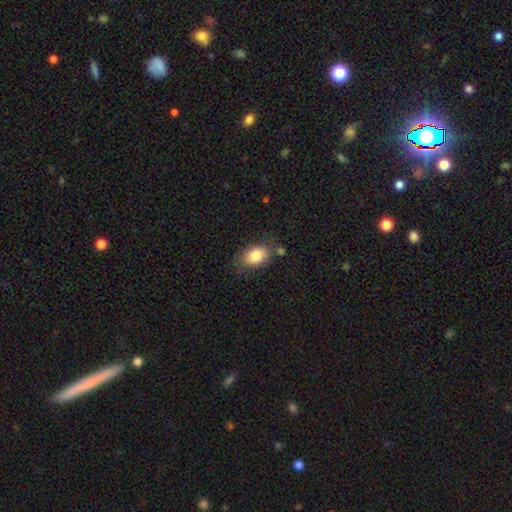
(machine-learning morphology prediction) The model was most divided on "merging": none: 68%, minor disturbance: 19%, merger: 7%, major disturbance: 6%. More confident: how rounded — in between (87%); smooth or featured — smooth (82%).